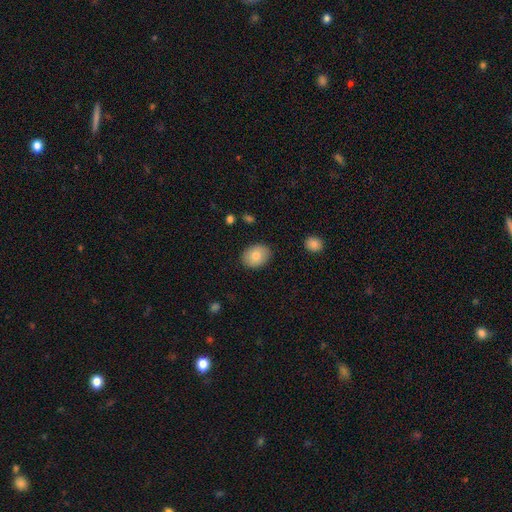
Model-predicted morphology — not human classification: A smooth galaxy with no disk features (79%) that is in between round and cigar-shaped (67%). Merging: none (87%).